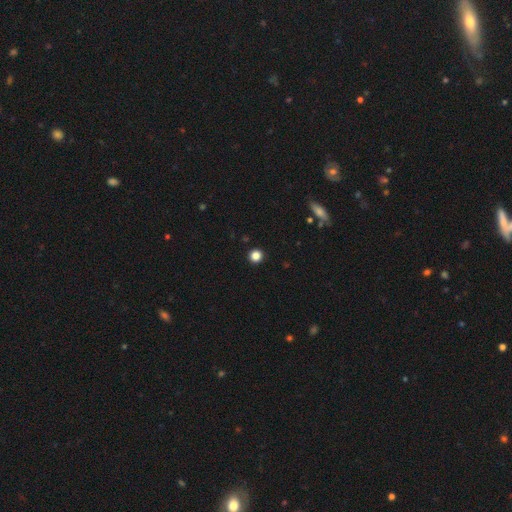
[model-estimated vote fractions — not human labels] smooth_or_featured: smooth (p=0.84) [alt: star or artifact p=0.13]
how_rounded: round (p=0.96) [alt: in between p=0.03]
merging: none (p=0.93) [alt: minor disturbance p=0.04]